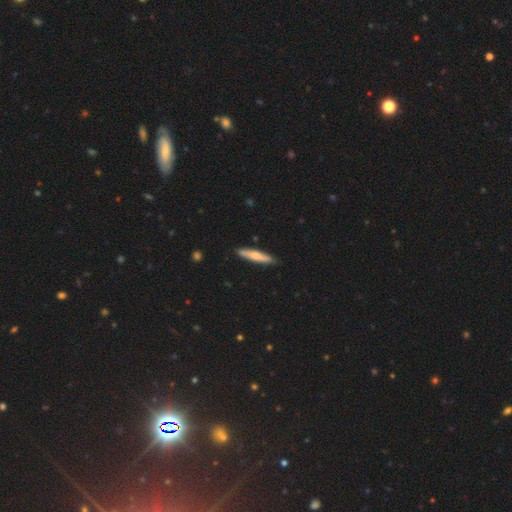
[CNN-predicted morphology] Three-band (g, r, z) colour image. It shows a smooth galaxy with no disk features (58%) that is cigar-shaped (88%). Merging: none (89%).